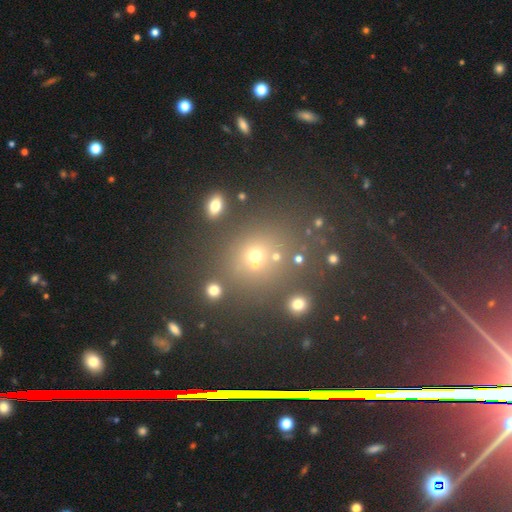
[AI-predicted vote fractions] Smooth or featured: smooth — 53% (star or artifact — 33%)
How rounded: round — 71% (in between — 27%)
Merging: none — 64% (merger — 19%)